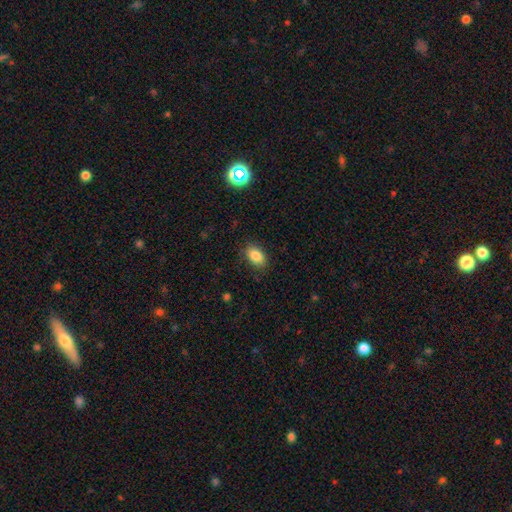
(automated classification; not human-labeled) smooth-or-featured: smooth: 86% | star or artifact: 8% | featured or disk: 6%
  how-rounded: in between: 88% | round: 10% | cigar-shaped: 2%
  merging: none: 85% | minor disturbance: 11% | major disturbance: 3% | merger: 1%